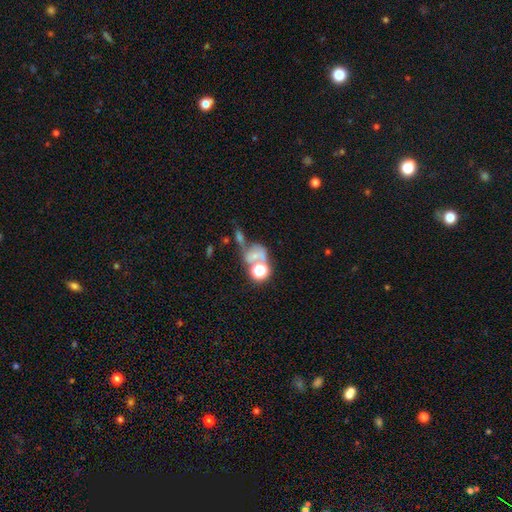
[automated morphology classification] smooth_or_featured: smooth (p=0.48) [alt: featured or disk p=0.27]
merging: merger (p=0.47) [alt: none p=0.25]